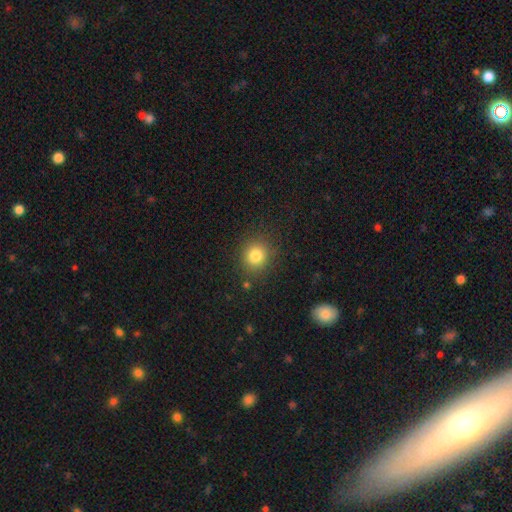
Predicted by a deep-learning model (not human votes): Smooth or featured?
  - smooth: 81% *
  - star or artifact: 12%
  - featured or disk: 6%
How rounded?
  - round: 84% *
  - in between: 15%
  - cigar-shaped: 1%
Merging?
  - none: 86% *
  - minor disturbance: 9%
  - major disturbance: 3%
  - merger: 2%